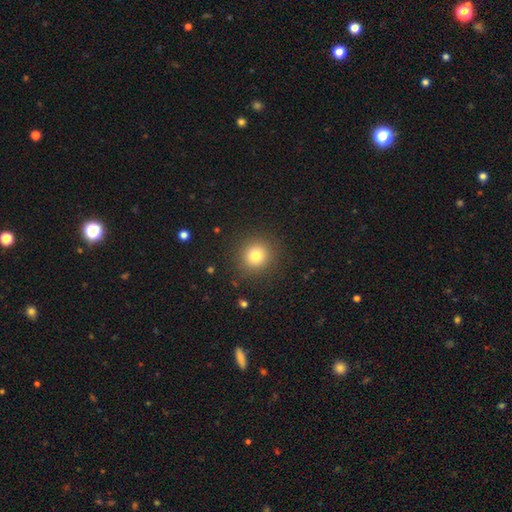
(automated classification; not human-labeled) Smooth or featured: smooth — 79% (star or artifact — 13%)
How rounded: round — 93% (in between — 6%)
Merging: none — 90% (minor disturbance — 6%)